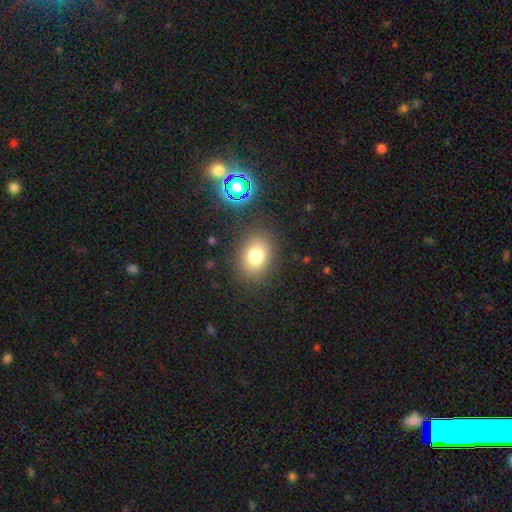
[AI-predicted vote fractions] Overall: smooth (77%). How rounded: in between (58%; round 41%). Merging: none (85%).